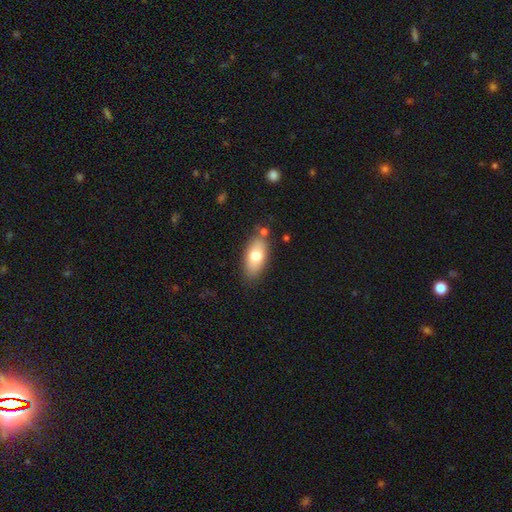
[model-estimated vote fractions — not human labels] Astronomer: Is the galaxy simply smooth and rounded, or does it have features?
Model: smooth — 72%.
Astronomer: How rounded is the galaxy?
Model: in between — 88%.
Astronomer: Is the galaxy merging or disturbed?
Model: none — 78%.